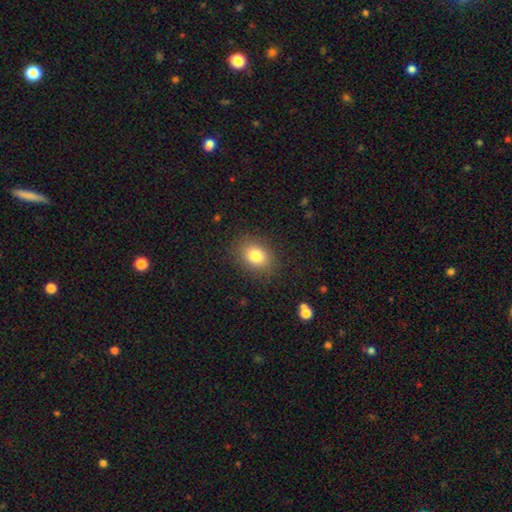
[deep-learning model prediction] The model was most divided on "how rounded": in between: 62%, round: 37%, cigar-shaped: 1%. More confident: merging — none (86%); smooth or featured — smooth (81%).